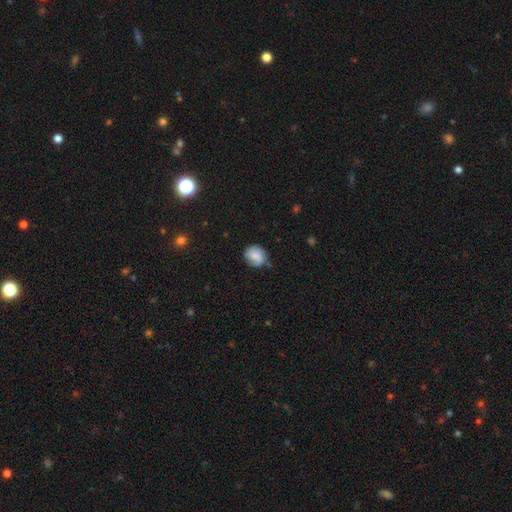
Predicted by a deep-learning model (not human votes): Q: Smooth or featured?
A: smooth (65%); runner-up: featured or disk (27%)
Q: How rounded?
A: round (75%); runner-up: in between (24%)
Q: Merging?
A: none (66%); runner-up: minor disturbance (25%)